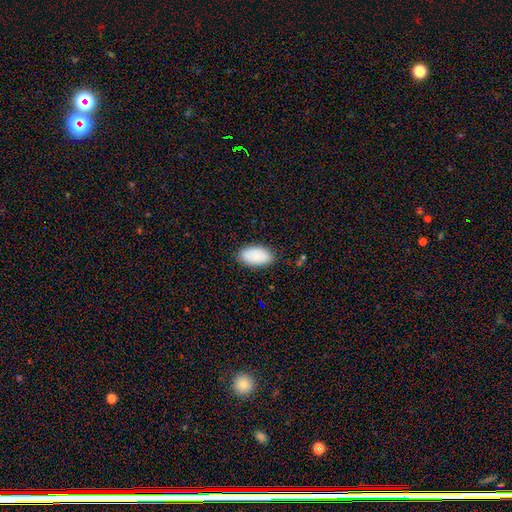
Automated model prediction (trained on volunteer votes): Smooth or featured? Predicted: smooth (p=0.86). How rounded? Predicted: in between (p=0.95). Merging? Predicted: none (p=0.84).